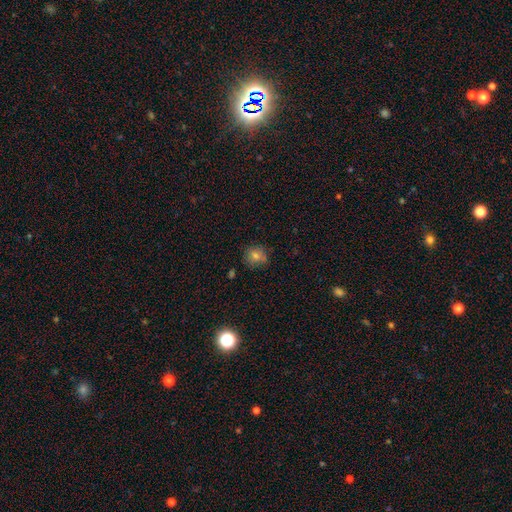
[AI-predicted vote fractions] smooth-or-featured: smooth: 76% | star or artifact: 14% | featured or disk: 9%
  how-rounded: round: 84% | in between: 15% | cigar-shaped: 1%
  merging: none: 79% | minor disturbance: 16% | major disturbance: 3% | merger: 2%